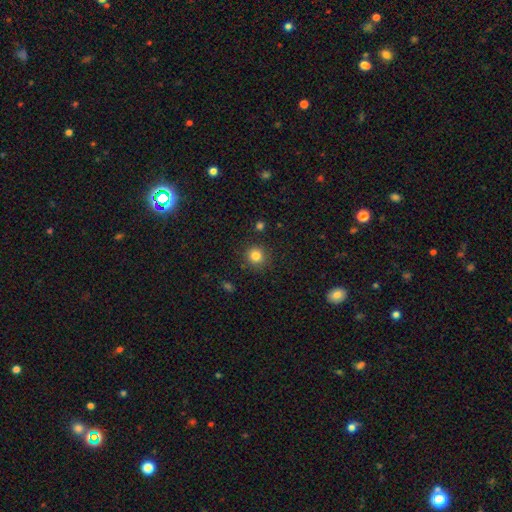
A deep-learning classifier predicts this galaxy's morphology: Q: Smooth or featured?
A: smooth (83%); runner-up: star or artifact (12%)
Q: How rounded?
A: round (92%); runner-up: in between (7%)
Q: Merging?
A: none (88%); runner-up: minor disturbance (7%)